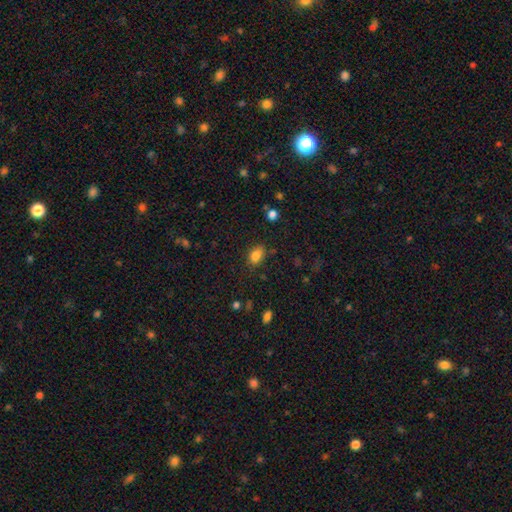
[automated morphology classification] This is clearly a smooth galaxy (83%). How rounded: clearly in between (83%). Merging: likely none (74%).